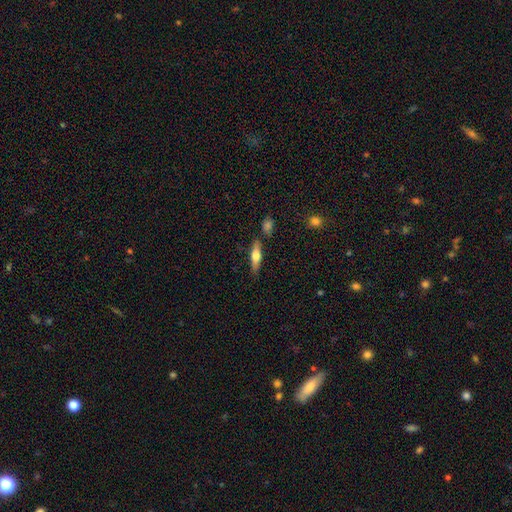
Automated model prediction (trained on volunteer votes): Morphology: type=smooth (52%); roundness=cigar-shaped (65%); merging=none (79%).